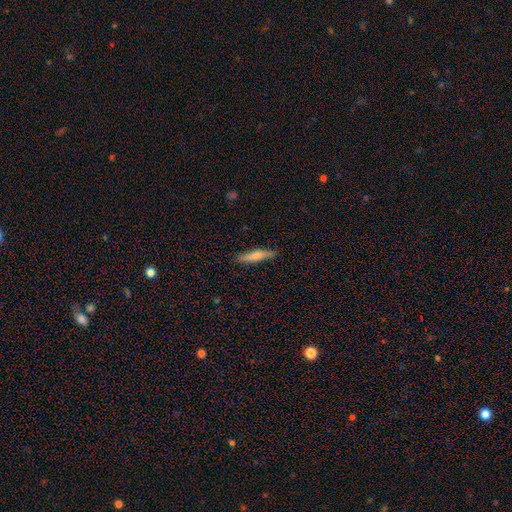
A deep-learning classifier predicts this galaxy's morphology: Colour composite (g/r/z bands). It shows a smooth galaxy with no disk features (74%) that is cigar-shaped (80%). Merging: none (83%).